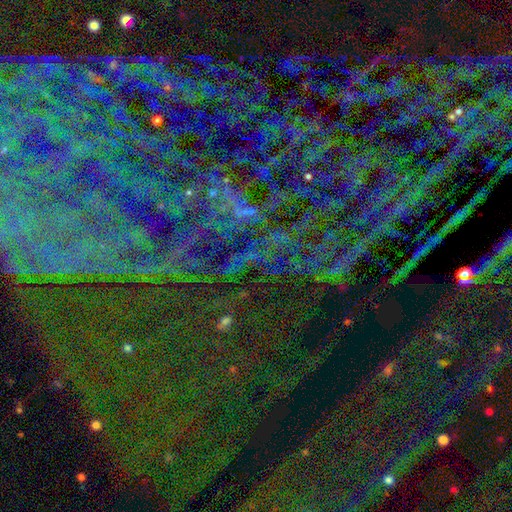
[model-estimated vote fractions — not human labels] Smooth or featured?
  - star or artifact: 83% *
  - featured or disk: 9%
  - smooth: 8%